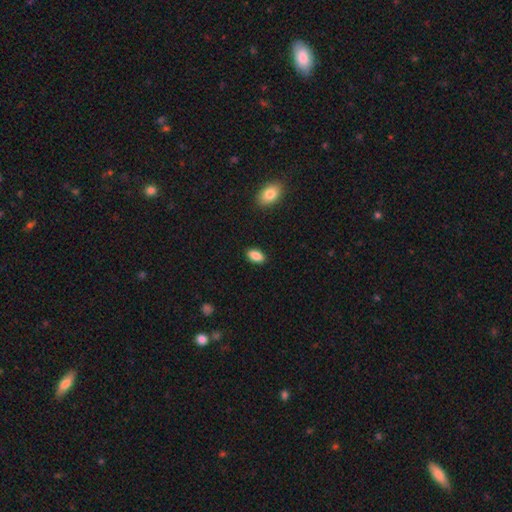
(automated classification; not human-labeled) Smooth or featured?
  - smooth: 88% *
  - star or artifact: 8%
  - featured or disk: 5%
How rounded?
  - in between: 91% *
  - round: 5%
  - cigar-shaped: 4%
Merging?
  - none: 88% *
  - minor disturbance: 8%
  - major disturbance: 2%
  - merger: 1%